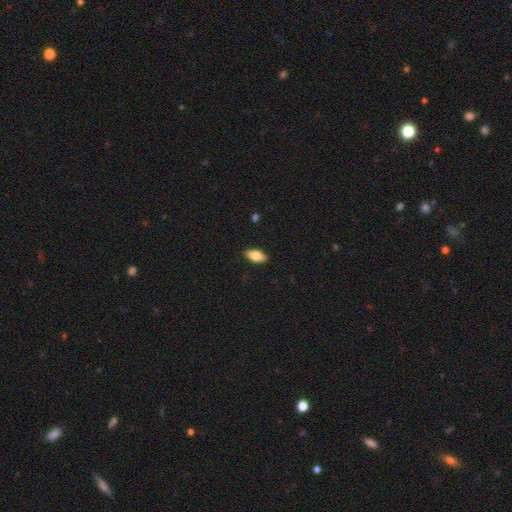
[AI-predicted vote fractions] Smooth or featured?
  - smooth: 78% *
  - featured or disk: 16%
  - star or artifact: 6%
How rounded?
  - in between: 88% *
  - cigar-shaped: 10%
  - round: 3%
Merging?
  - none: 90% *
  - minor disturbance: 8%
  - major disturbance: 2%
  - merger: 1%